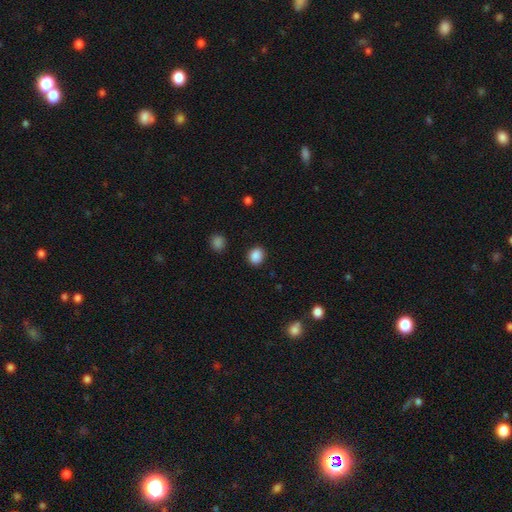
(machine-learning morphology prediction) smooth-or-featured: smooth: 88% | star or artifact: 9% | featured or disk: 3%
  how-rounded: round: 62% | in between: 37% | cigar-shaped: 1%
  merging: none: 89% | minor disturbance: 7% | major disturbance: 2% | merger: 1%